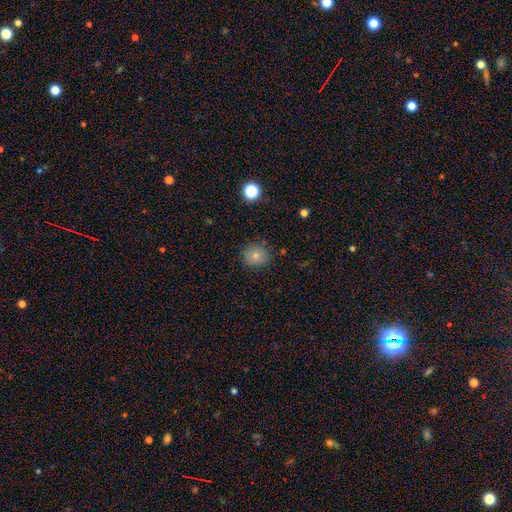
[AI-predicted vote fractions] smooth 77%, star or artifact 13%, featured or disk 10%. Down the decision tree: how rounded — round (88%); merging — none (86%).